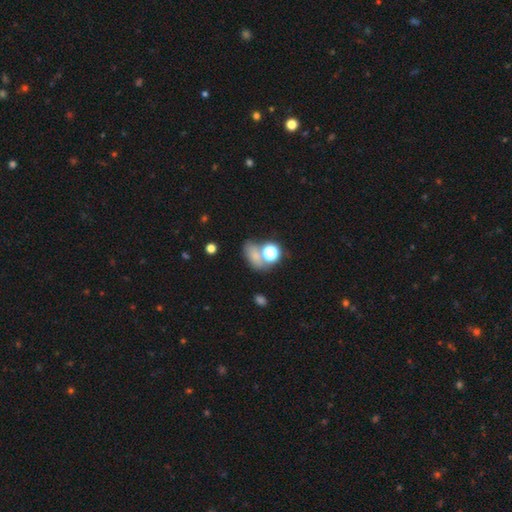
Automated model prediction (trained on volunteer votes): Overall: smooth (64%). How rounded: in between (65%; round 32%). Merging: none (47%; merger 26%).